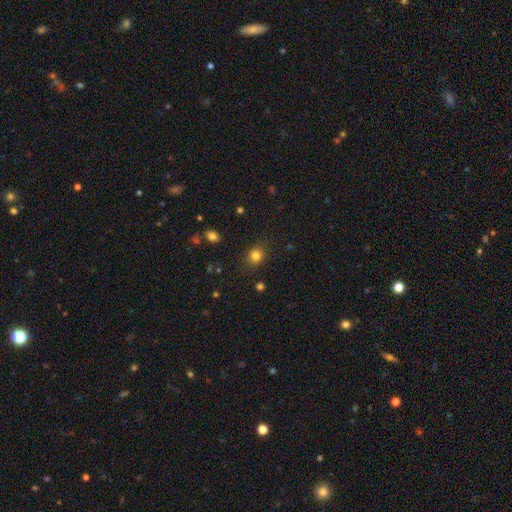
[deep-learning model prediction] Smooth or featured? Predicted: smooth (p=0.82). How rounded? Predicted: round (p=0.78). Merging? Predicted: none (p=0.85).